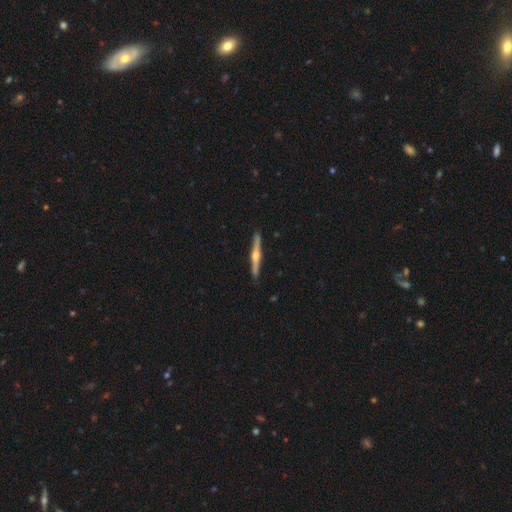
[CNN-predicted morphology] Smooth or featured? Predicted: featured or disk (p=0.77). Edge-on disk? Predicted: yes (p=0.98). Edge-on bulge? Predicted: rounded (p=0.93). Merging? Predicted: none (p=0.91).